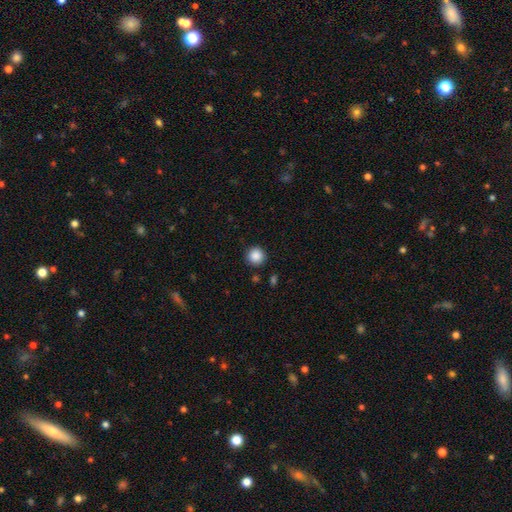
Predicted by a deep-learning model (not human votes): The model was most divided on "smooth or featured": smooth: 88%, star or artifact: 9%, featured or disk: 3%. More confident: how rounded — round (95%); merging — none (90%).